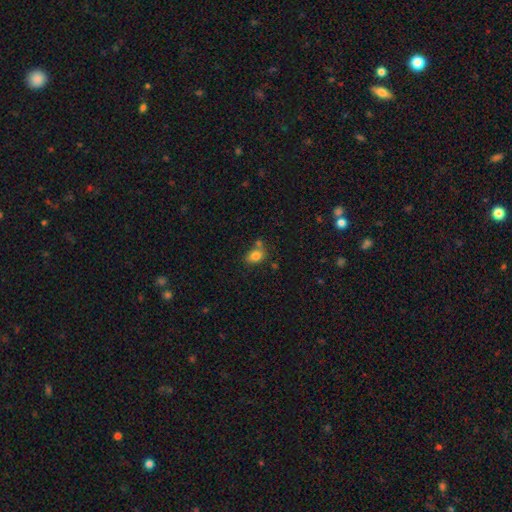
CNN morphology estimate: The model was most divided on "merging": none: 56%, merger: 21%, minor disturbance: 17%, major disturbance: 5%. More confident: smooth or featured — smooth (81%); how rounded — in between (75%).